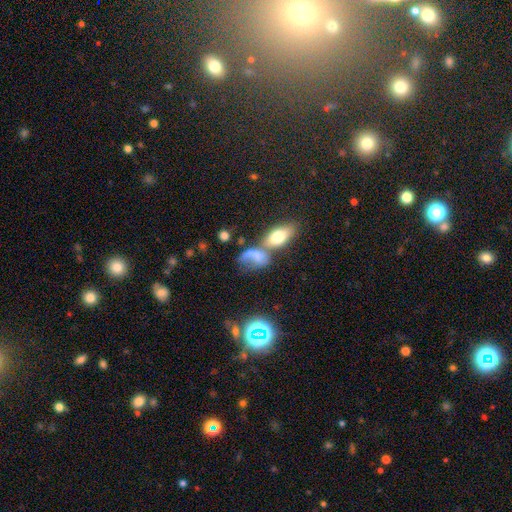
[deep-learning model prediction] This appears to be a smooth galaxy with no disk features (59%) that is in between round and cigar-shaped (79%). Merging: merger (45%).